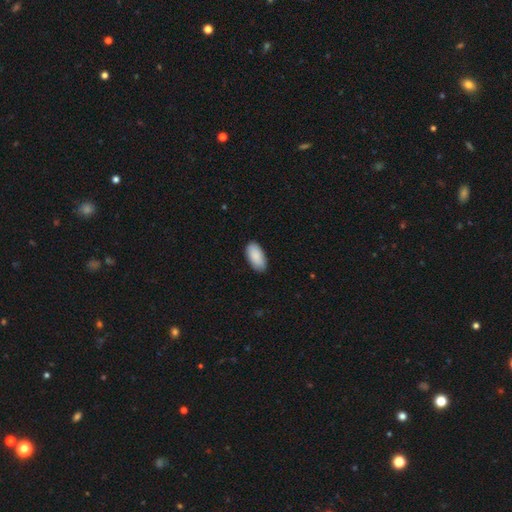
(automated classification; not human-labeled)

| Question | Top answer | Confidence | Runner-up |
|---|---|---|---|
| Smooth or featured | smooth | 90% | star or artifact (5%) |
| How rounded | in between | 95% | cigar-shaped (3%) |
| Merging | none | 86% | minor disturbance (11%) |